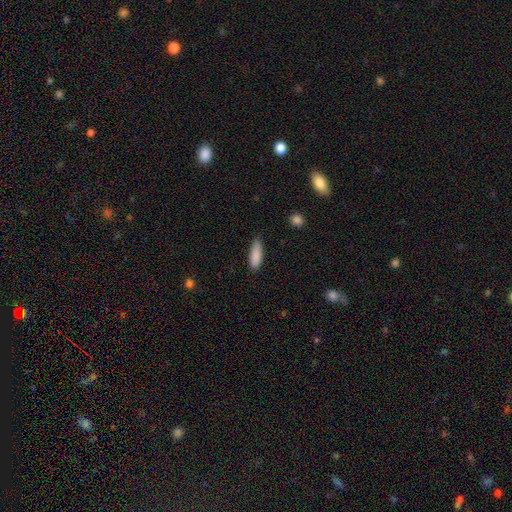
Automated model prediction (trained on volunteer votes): smooth 87%, star or artifact 7%, featured or disk 6%. Down the decision tree: how rounded — in between (50%); merging — none (79%).